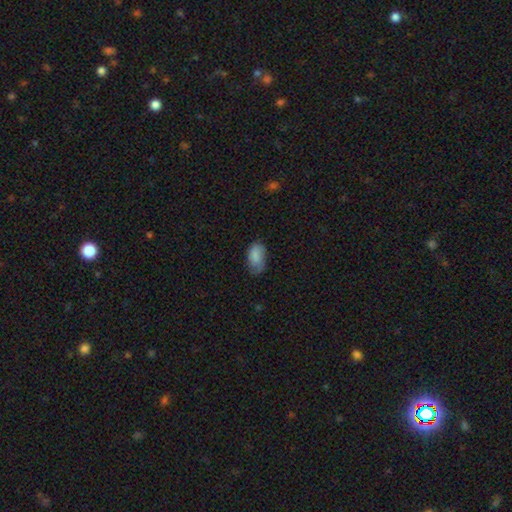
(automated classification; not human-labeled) Smooth or featured: smooth — 81% (featured or disk — 11%)
How rounded: in between — 93% (round — 5%)
Merging: none — 61% (minor disturbance — 29%)